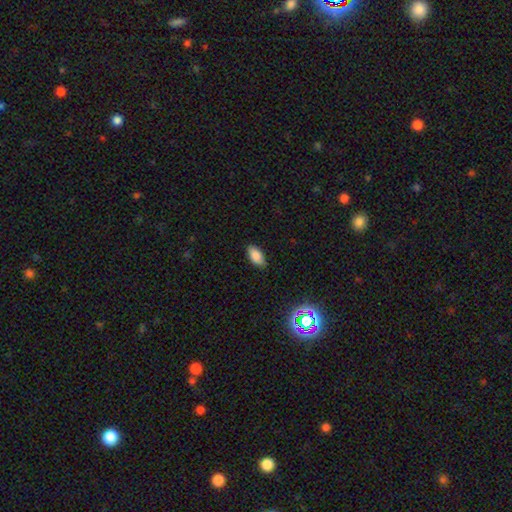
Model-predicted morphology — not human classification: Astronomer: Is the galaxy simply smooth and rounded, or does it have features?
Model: smooth — 84%.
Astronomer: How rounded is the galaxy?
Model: in between — 93%.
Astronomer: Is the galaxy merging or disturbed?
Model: none — 86%.